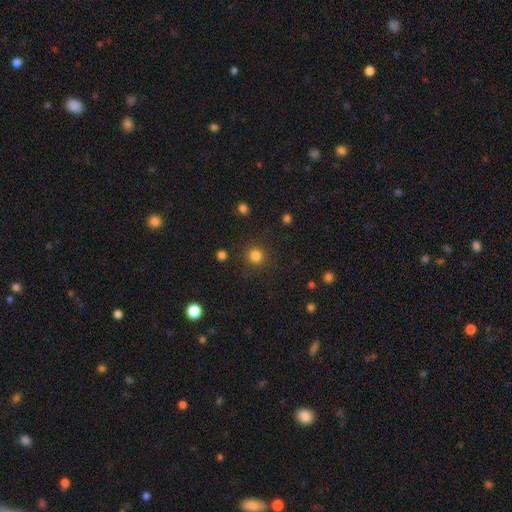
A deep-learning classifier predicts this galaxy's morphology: Smooth or featured? smooth (82%)
How rounded? round (93%)
Merging? none (88%)